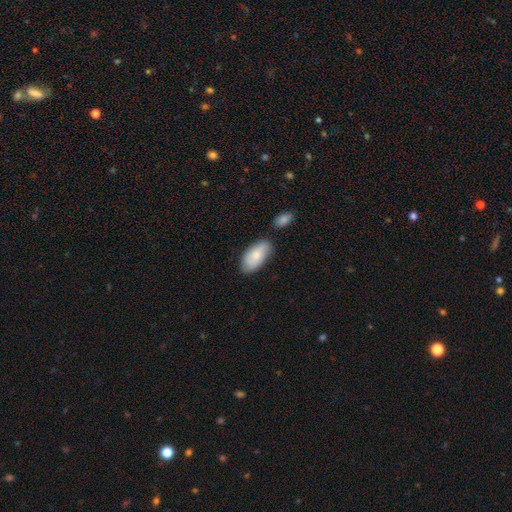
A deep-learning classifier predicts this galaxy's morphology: Q: Smooth or featured?
A: smooth (75%); runner-up: featured or disk (19%)
Q: How rounded?
A: in between (94%); runner-up: cigar-shaped (3%)
Q: Merging?
A: none (69%); runner-up: minor disturbance (19%)